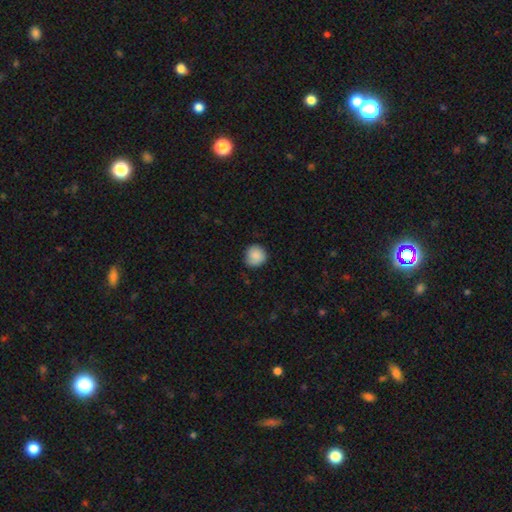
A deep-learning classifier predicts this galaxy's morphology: Overall: smooth (87%). How rounded: round (90%). Merging: none (77%).